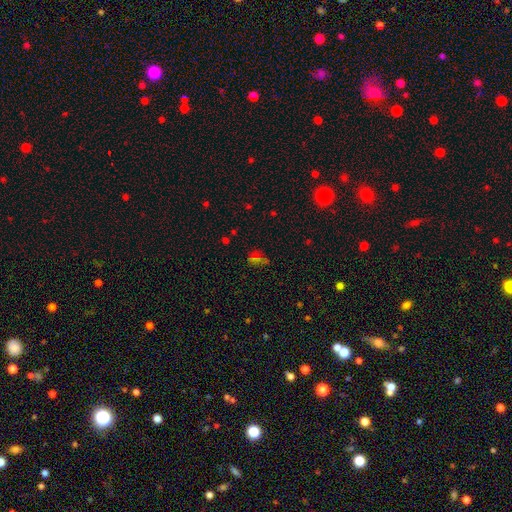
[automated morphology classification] smooth-or-featured: star or artifact: 47% | smooth: 41% | featured or disk: 12%